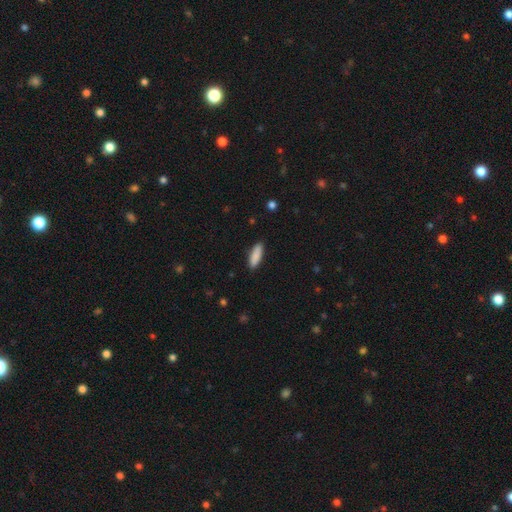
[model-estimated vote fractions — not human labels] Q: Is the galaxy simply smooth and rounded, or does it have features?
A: smooth — 89%.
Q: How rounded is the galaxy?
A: cigar-shaped — 50%.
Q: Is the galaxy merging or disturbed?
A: none — 89%.